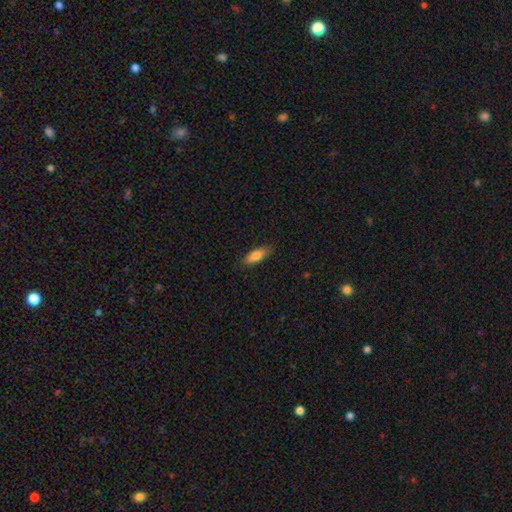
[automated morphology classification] Smooth or featured: smooth — 81% (featured or disk — 13%)
How rounded: in between — 61% (cigar-shaped — 37%)
Merging: none — 85% (minor disturbance — 12%)